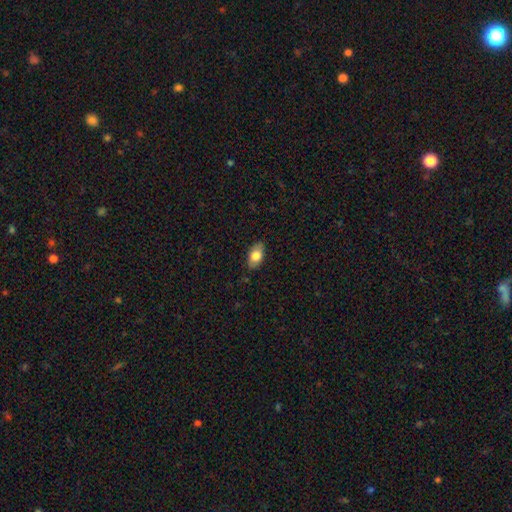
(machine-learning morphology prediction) Overall: smooth (78%). How rounded: in between (92%). Merging: none (84%).